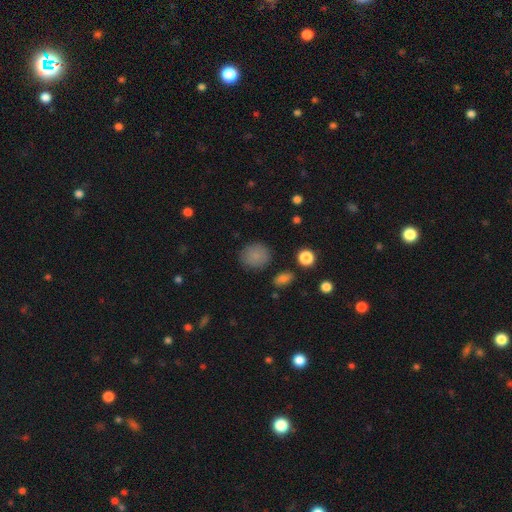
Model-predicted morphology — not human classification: Smooth or featured: smooth — 83% (star or artifact — 11%)
How rounded: round — 82% (in between — 17%)
Merging: none — 84% (minor disturbance — 10%)